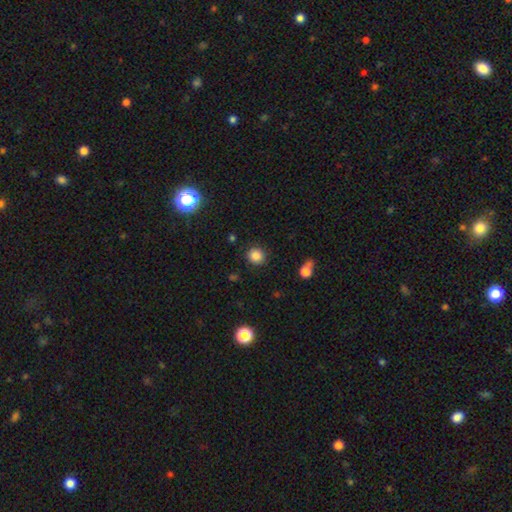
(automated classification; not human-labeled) smooth 84%, star or artifact 12%, featured or disk 4%. Down the decision tree: how rounded — round (89%); merging — none (88%).